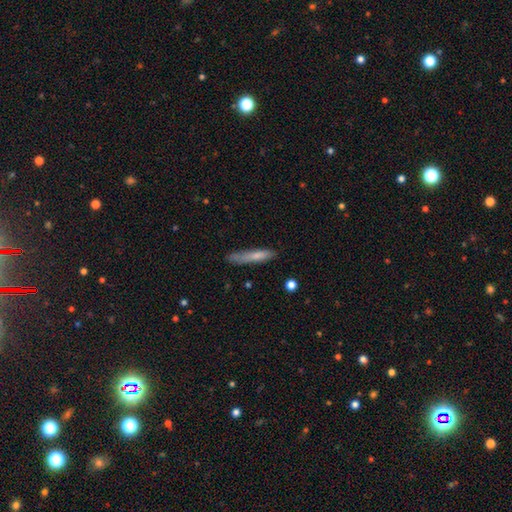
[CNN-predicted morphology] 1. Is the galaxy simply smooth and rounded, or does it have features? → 73% smooth, 21% featured or disk, 6% star or artifact.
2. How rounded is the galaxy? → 90% cigar-shaped, 9% in between, 1% round.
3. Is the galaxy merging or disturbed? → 67% none, 24% minor disturbance, 6% major disturbance, 3% merger.